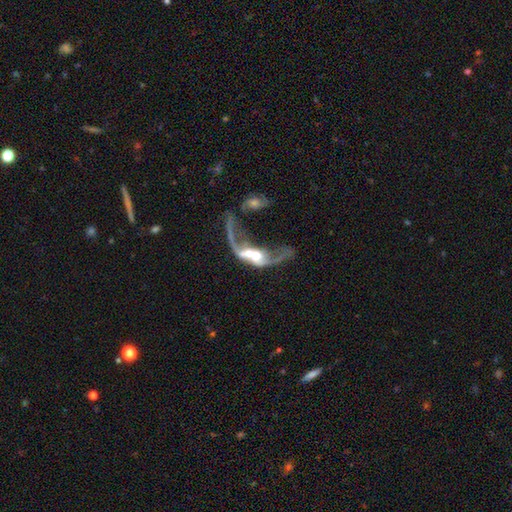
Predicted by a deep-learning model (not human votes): Smooth or featured? featured or disk (68%)
Edge-on disk? no (91%)
Bar? no (68%)
Spiral arms? yes (59%)
Bulge size? moderate (55%)
Merging? merger (74%)